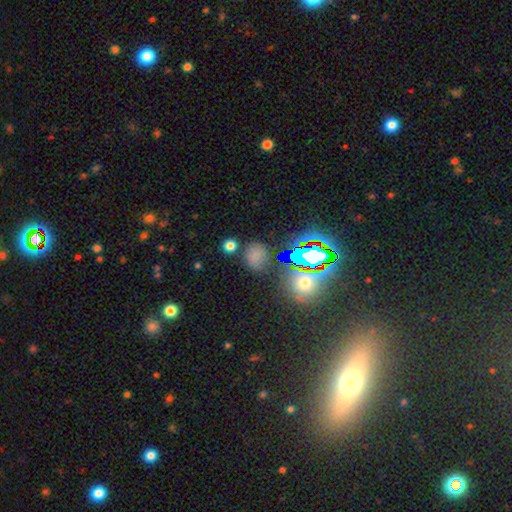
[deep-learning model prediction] This appears to be a smooth galaxy with no disk features (66%) that is round (76%). Merging: none (75%).